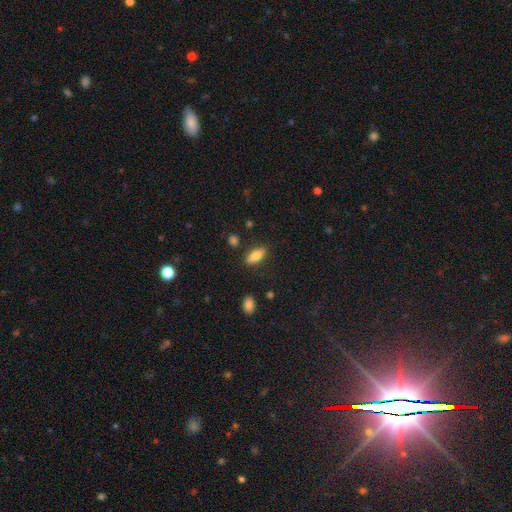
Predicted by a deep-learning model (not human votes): smooth_or_featured: smooth (p=0.78) [alt: featured or disk p=0.15]
how_rounded: in between (p=0.76) [alt: cigar-shaped p=0.21]
merging: none (p=0.84) [alt: minor disturbance p=0.11]